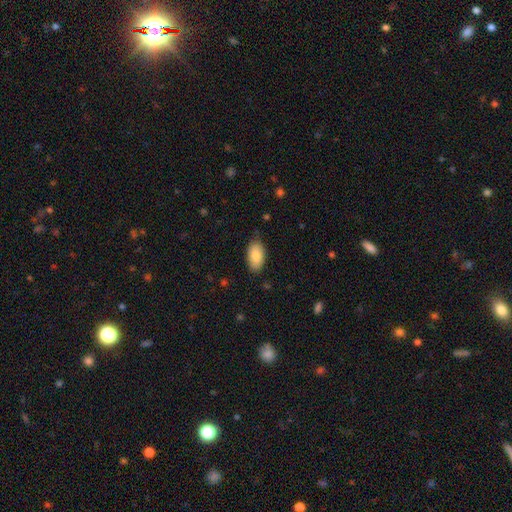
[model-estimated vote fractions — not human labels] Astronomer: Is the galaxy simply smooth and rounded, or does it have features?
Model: smooth — 84%.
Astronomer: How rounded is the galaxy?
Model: in between — 94%.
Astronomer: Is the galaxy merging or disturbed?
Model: none — 83%.